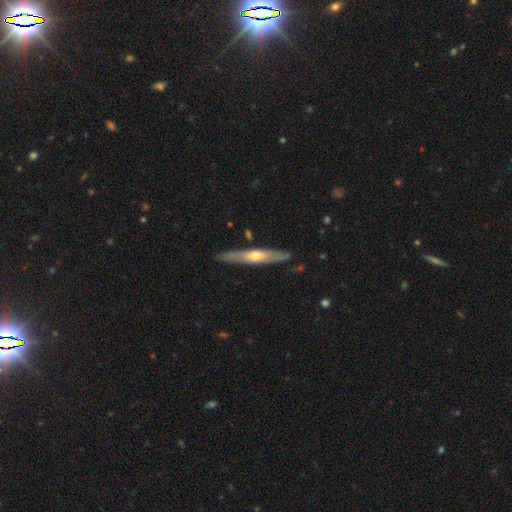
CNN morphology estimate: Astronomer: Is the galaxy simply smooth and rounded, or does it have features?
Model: featured or disk — 59% (runner-up: smooth, 36%).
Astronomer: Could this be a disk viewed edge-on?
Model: yes — 85%.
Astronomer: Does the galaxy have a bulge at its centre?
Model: rounded — 79%.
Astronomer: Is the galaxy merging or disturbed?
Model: none — 85%.